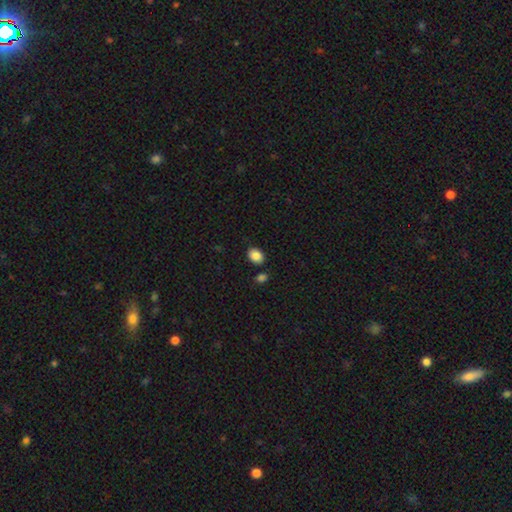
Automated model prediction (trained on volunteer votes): smooth_or_featured: smooth (p=0.88) [alt: star or artifact p=0.08]
how_rounded: in between (p=0.73) [alt: round p=0.26]
merging: none (p=0.83) [alt: minor disturbance p=0.10]